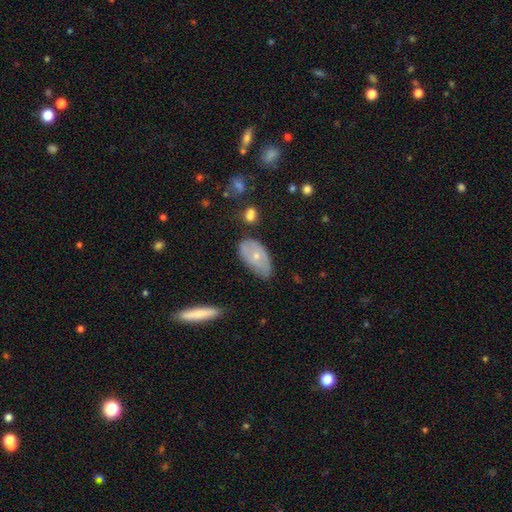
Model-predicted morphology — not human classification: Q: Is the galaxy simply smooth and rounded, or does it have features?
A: smooth — 56%.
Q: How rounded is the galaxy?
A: in between — 91%.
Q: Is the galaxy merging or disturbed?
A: none — 54%.